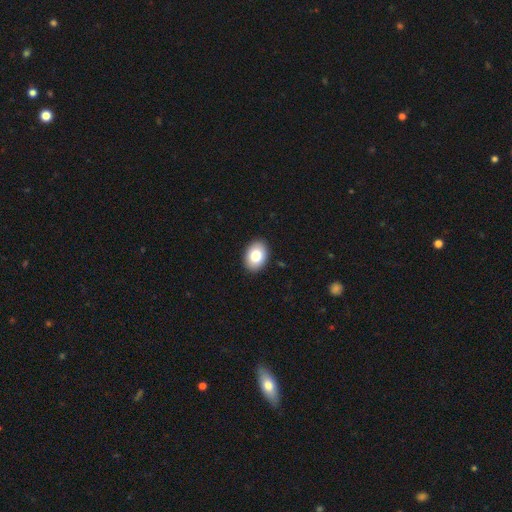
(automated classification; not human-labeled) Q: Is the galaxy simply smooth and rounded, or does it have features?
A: smooth — 83%.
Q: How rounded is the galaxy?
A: in between — 77%.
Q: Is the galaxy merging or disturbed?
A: none — 91%.